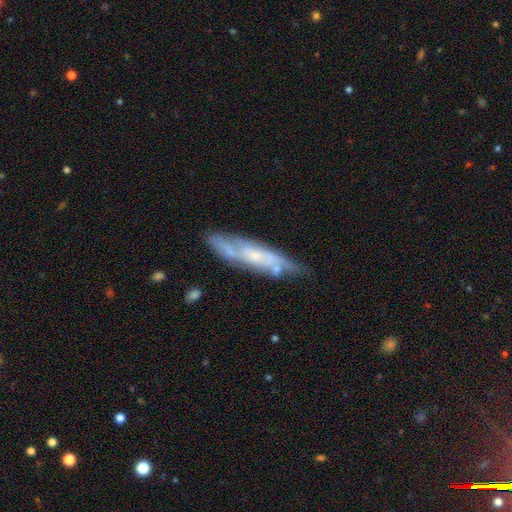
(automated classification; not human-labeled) Overall: featured or disk (66%; smooth 28%). Edge-on disk: no (55%; yes 45%). Merging: none (69%).